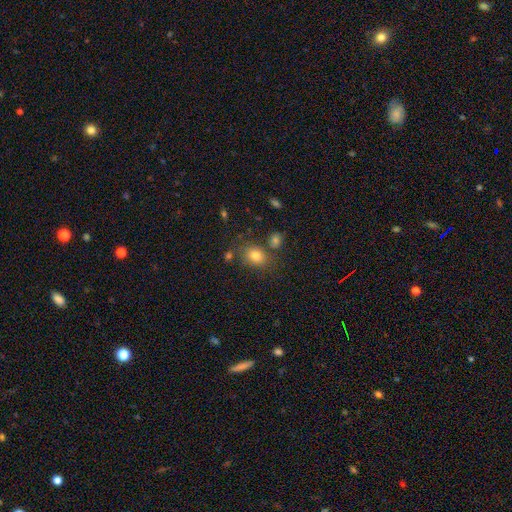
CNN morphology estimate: Overall: smooth (78%). How rounded: round (50%; in between 49%). Merging: none (72%).